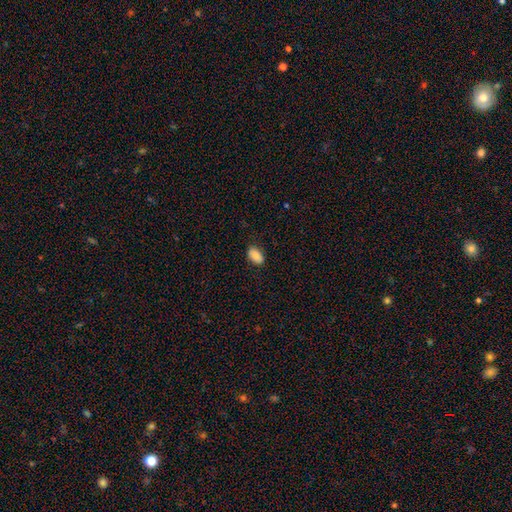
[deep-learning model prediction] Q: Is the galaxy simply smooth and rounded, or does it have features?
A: smooth — 83%.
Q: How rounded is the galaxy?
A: in between — 90%.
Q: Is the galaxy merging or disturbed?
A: none — 83%.